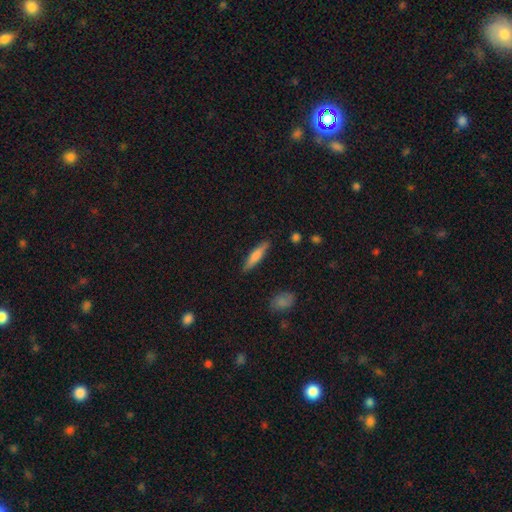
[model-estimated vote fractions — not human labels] The model was most divided on "smooth or featured": smooth: 70%, featured or disk: 25%, star or artifact: 6%. More confident: merging — none (87%); how rounded — cigar-shaped (82%).